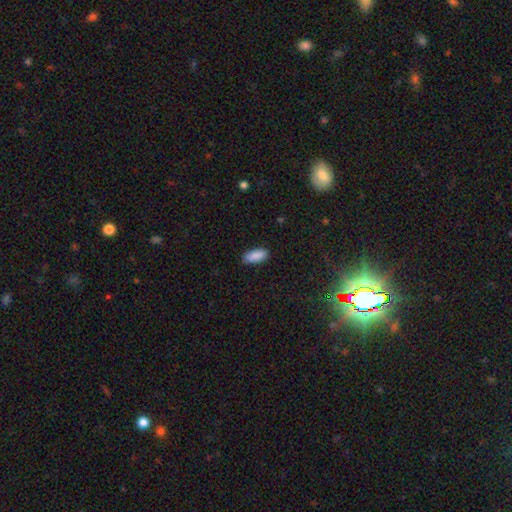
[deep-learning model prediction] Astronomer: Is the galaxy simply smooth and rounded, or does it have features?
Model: smooth — 90%.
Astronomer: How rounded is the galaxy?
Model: in between — 81%.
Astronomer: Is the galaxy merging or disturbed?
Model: none — 86%.